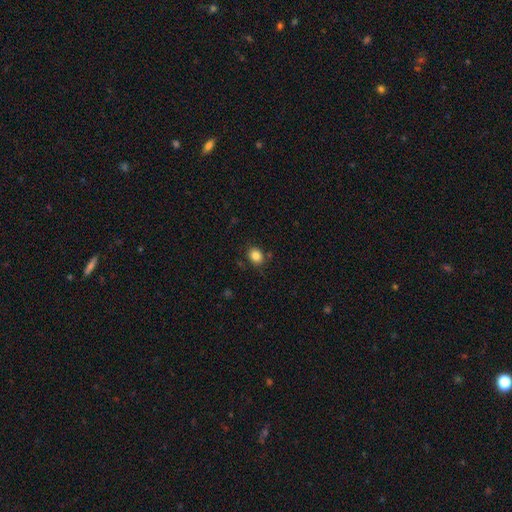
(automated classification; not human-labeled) smooth 85%, star or artifact 10%, featured or disk 5%. Down the decision tree: how rounded — round (51%); merging — none (84%).